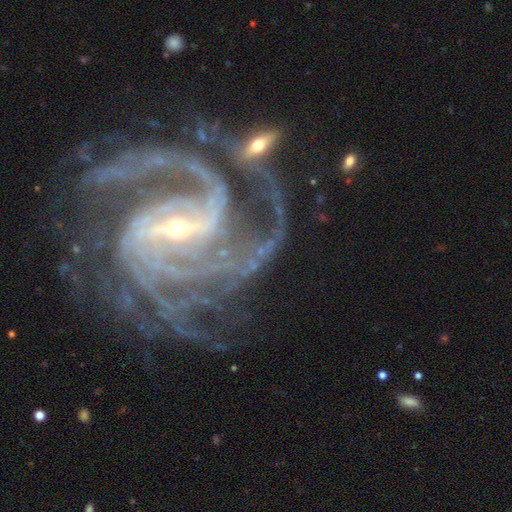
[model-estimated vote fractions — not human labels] Smooth or featured? Predicted: featured or disk (p=0.93). Edge-on disk? Predicted: no (p=0.98). Bar? Predicted: strong (p=0.55). Spiral arms? Predicted: yes (p=0.99). Spiral winding? Predicted: medium (p=0.45, tied with tight). Spiral arm count? Predicted: 4 (p=0.24). Bulge size? Predicted: small (p=0.80). Merging? Predicted: none (p=0.50).